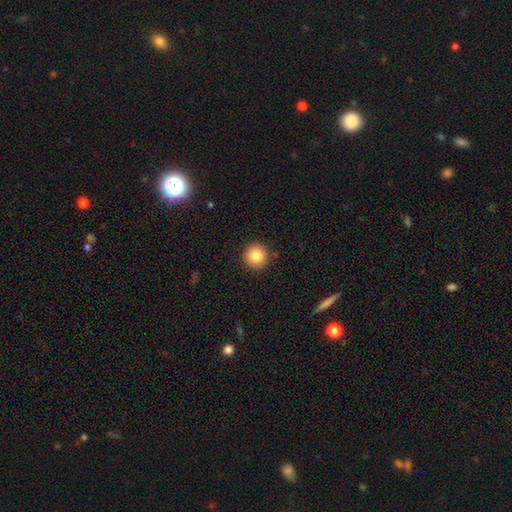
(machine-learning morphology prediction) This appears to be a smooth galaxy with no disk features (83%) that is round (95%). Merging: none (91%).